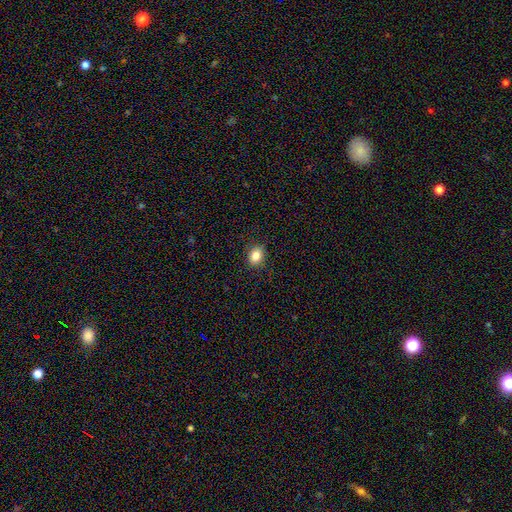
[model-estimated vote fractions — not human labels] Smooth or featured? Predicted: smooth (p=0.84). How rounded? Predicted: in between (p=0.60). Merging? Predicted: none (p=0.87).